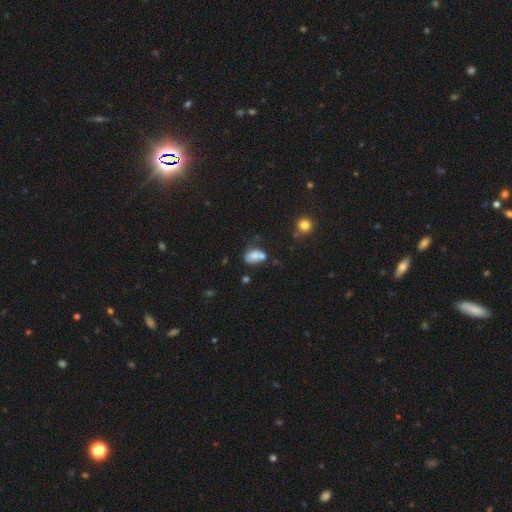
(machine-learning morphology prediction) Smooth or featured? smooth (74%)
How rounded? in between (84%)
Merging? merger (34%)